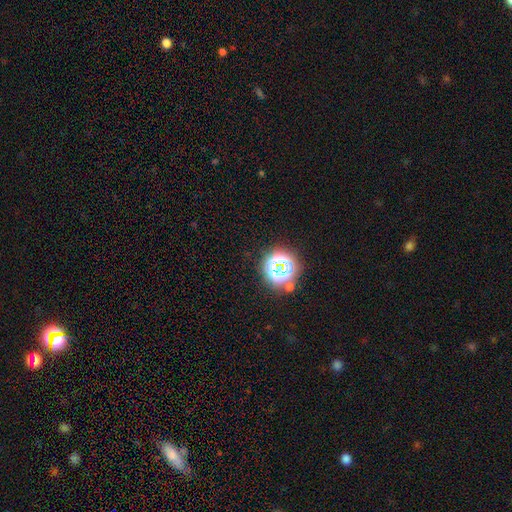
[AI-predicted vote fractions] The model was most divided on "smooth or featured": star or artifact: 76%, smooth: 18%, featured or disk: 6%.